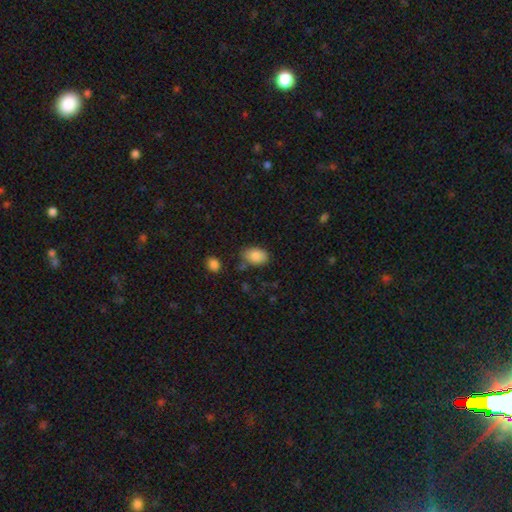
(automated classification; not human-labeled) This appears to be a smooth galaxy with no disk features (85%) that is in between round and cigar-shaped (86%). Merging: none (74%).